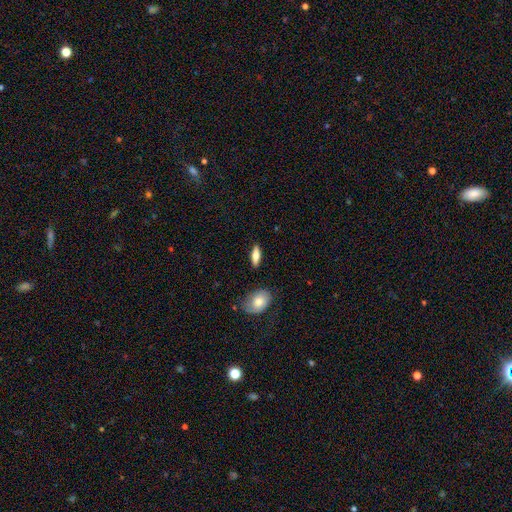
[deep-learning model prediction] Morphology: type=smooth (70%); roundness=in between (58%); merging=none (85%).